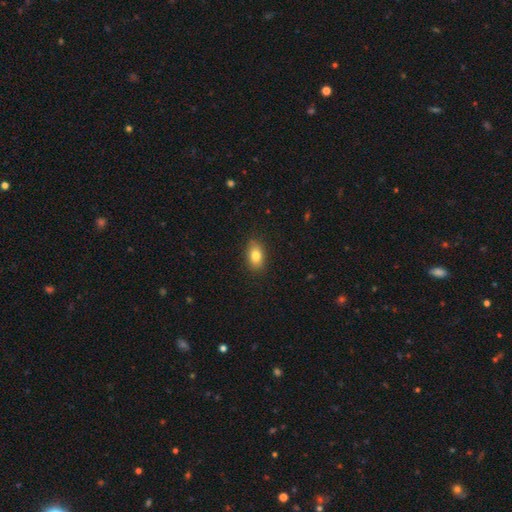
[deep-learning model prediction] Overall: smooth (82%). How rounded: in between (85%). Merging: none (86%).